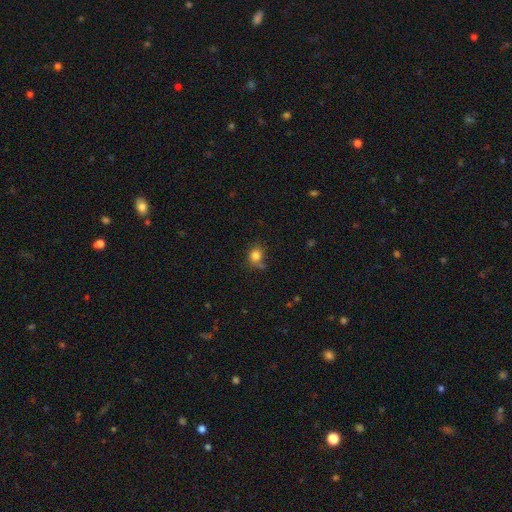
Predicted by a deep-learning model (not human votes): smooth-or-featured: smooth: 81% | star or artifact: 11% | featured or disk: 8%
  how-rounded: round: 65% | in between: 34% | cigar-shaped: 1%
  merging: none: 60% | minor disturbance: 23% | major disturbance: 9% | merger: 8%